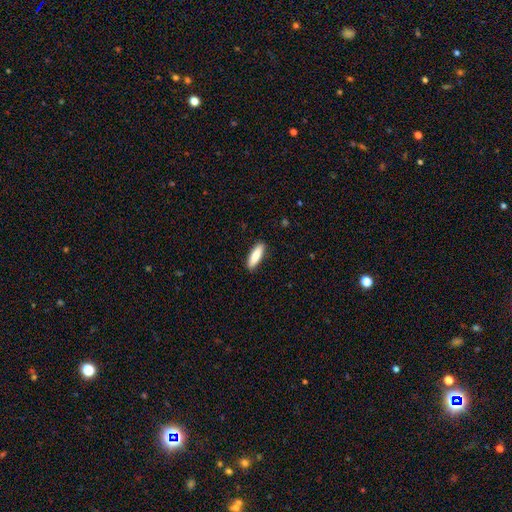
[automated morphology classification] A smooth galaxy with no disk features (86%) that is cigar-shaped (54%). Merging: none (90%).